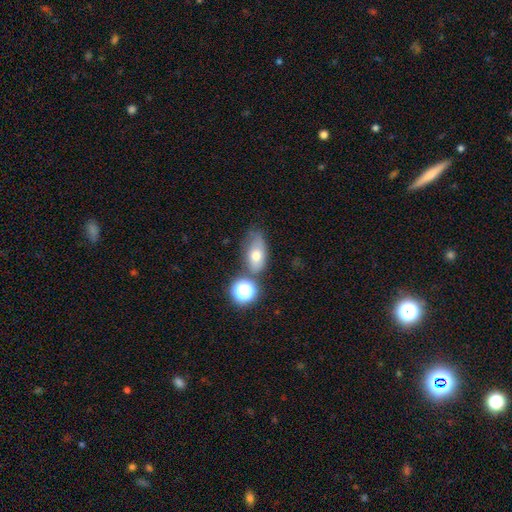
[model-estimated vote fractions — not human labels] Morphology: type=smooth (66%); roundness=in between (80%); merging=none (52%).